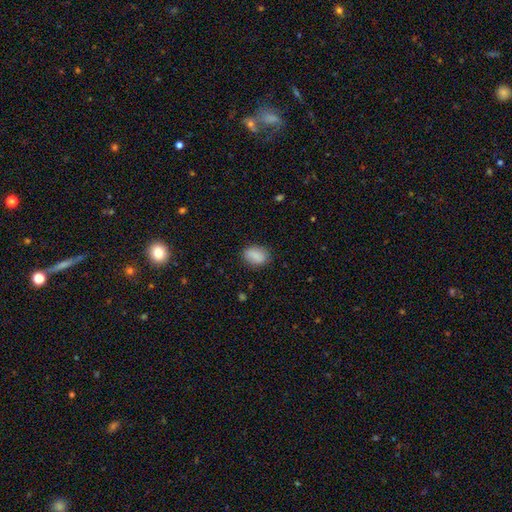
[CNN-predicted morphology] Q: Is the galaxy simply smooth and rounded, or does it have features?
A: smooth — 86%.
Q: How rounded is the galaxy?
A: in between — 77%.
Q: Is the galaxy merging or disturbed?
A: none — 82%.